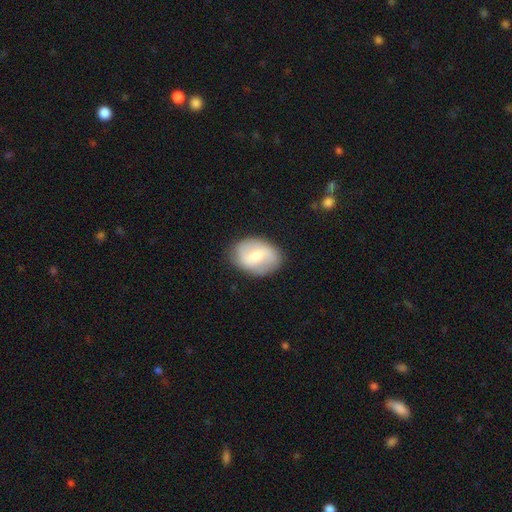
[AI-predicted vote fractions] The model was most divided on "smooth or featured": featured or disk: 49%, smooth: 45%, star or artifact: 7%. More confident: merging — none (81%).